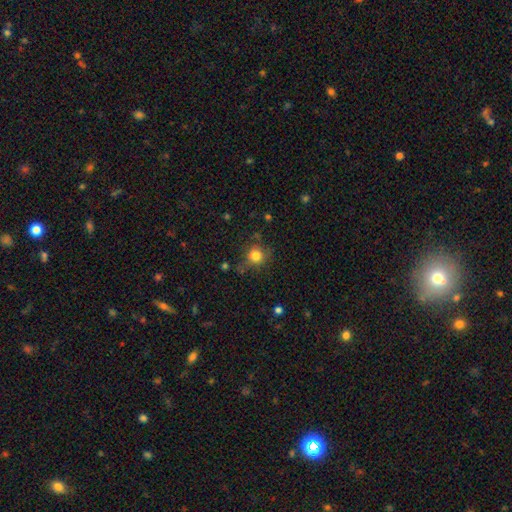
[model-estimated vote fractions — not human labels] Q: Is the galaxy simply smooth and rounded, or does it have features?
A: smooth — 79%.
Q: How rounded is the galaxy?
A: round — 87%.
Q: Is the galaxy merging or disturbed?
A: none — 70%.